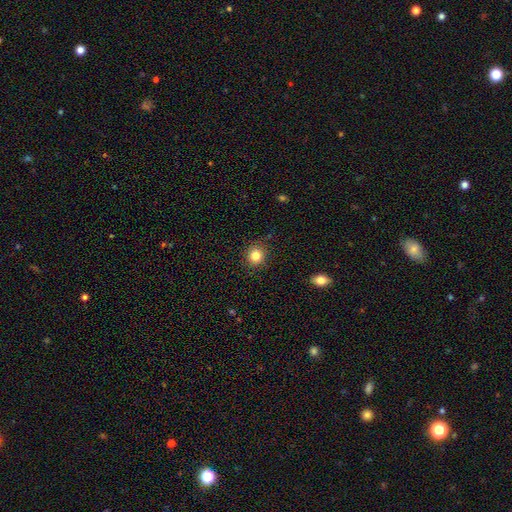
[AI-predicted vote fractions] Smooth or featured? Predicted: smooth (p=0.82). How rounded? Predicted: round (p=0.86). Merging? Predicted: none (p=0.89).